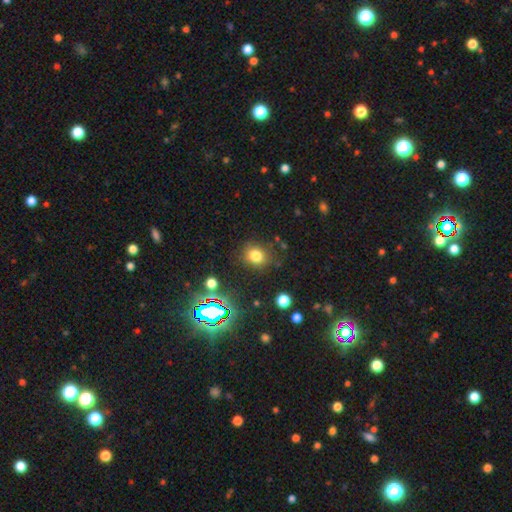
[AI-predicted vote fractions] smooth_or_featured: smooth (p=0.76) [alt: star or artifact p=0.17]
how_rounded: round (p=0.70) [alt: in between p=0.29]
merging: none (p=0.81) [alt: minor disturbance p=0.12]